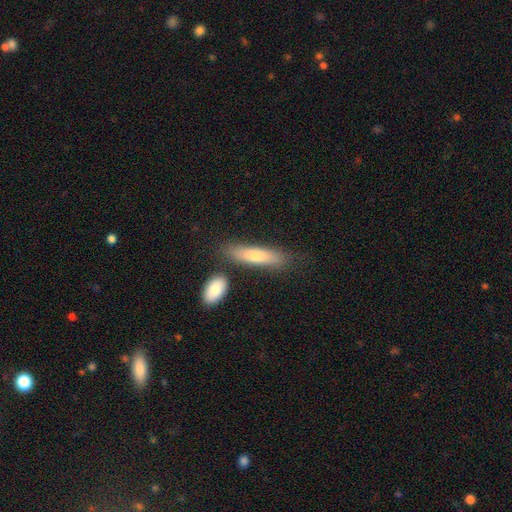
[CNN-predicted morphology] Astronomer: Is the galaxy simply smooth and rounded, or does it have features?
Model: smooth — 61%.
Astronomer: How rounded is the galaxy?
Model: cigar-shaped — 74%.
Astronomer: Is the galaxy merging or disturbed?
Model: none — 73%.